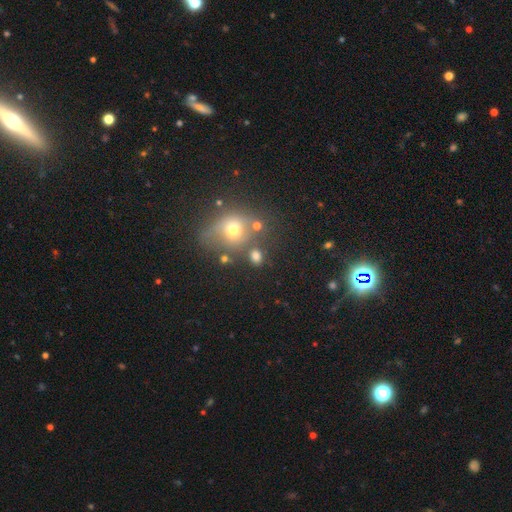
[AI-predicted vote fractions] A smooth galaxy with no disk features (73%) that is round (50%). Merging: none (67%).